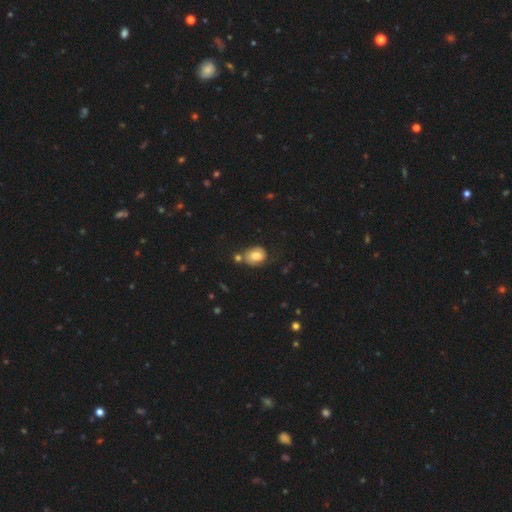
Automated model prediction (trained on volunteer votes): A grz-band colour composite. It shows a smooth galaxy with no disk features (71%) that is in between round and cigar-shaped (58%). Merging: none (49%).